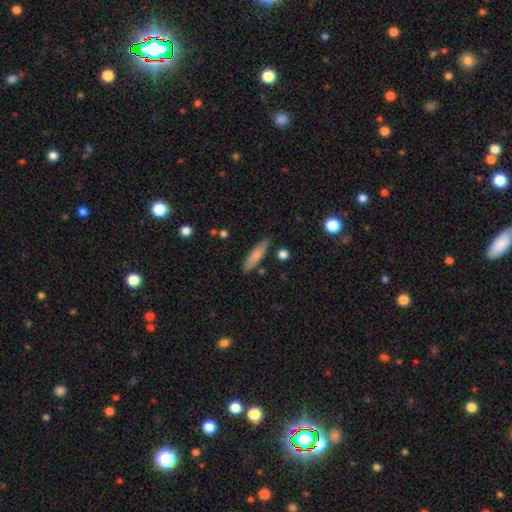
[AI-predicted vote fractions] smooth-or-featured: smooth: 75% | featured or disk: 19% | star or artifact: 6%
  how-rounded: cigar-shaped: 72% | in between: 26% | round: 2%
  merging: none: 84% | minor disturbance: 11% | merger: 3% | major disturbance: 2%